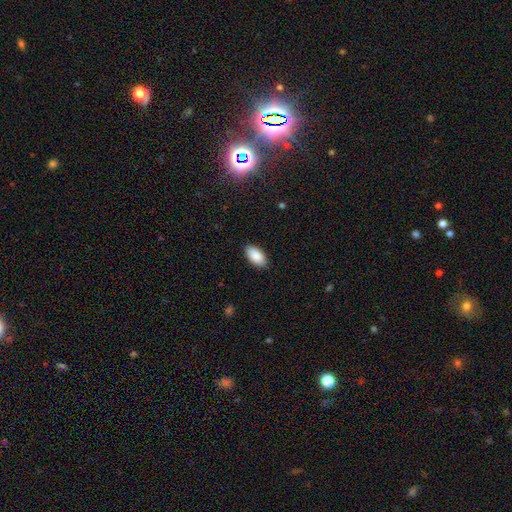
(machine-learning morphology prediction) smooth 90%, star or artifact 6%, featured or disk 4%. Down the decision tree: how rounded — in between (95%); merging — none (88%).